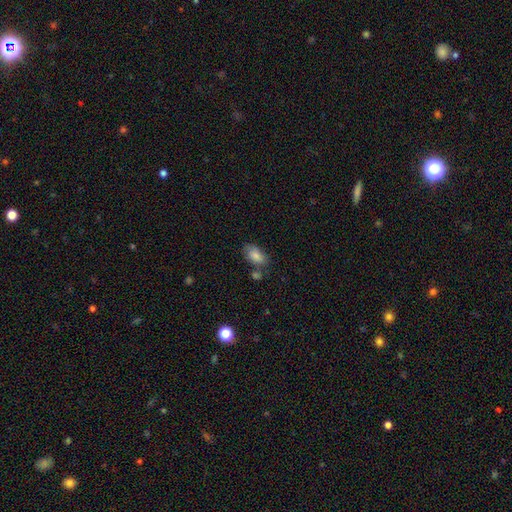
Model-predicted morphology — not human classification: smooth_or_featured: smooth (p=0.84) [alt: featured or disk p=0.08]
how_rounded: in between (p=0.91) [alt: round p=0.07]
merging: none (p=0.62) [alt: minor disturbance p=0.20]